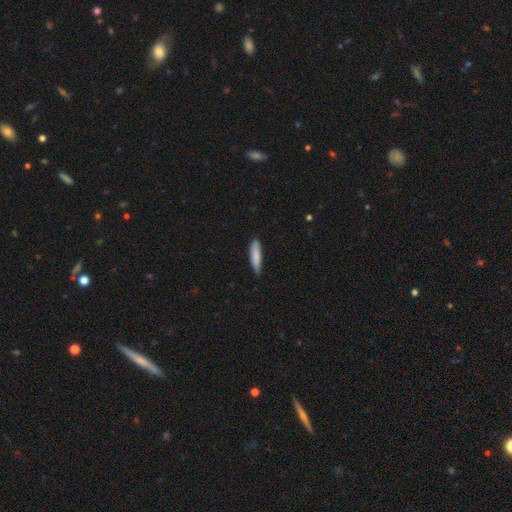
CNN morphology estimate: type=smooth (82%); roundness=cigar-shaped (78%); merging=none (73%).